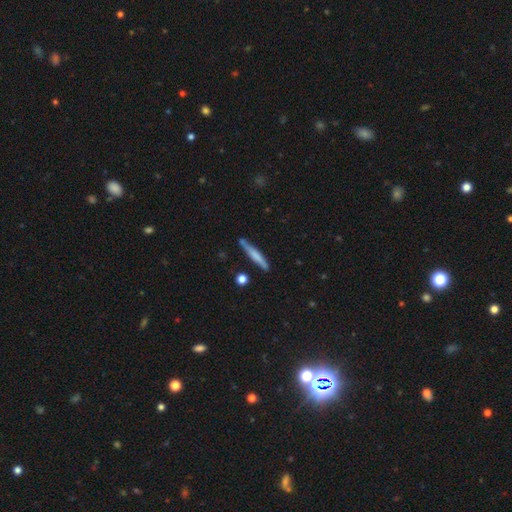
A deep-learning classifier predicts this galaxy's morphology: type=smooth (59%); roundness=cigar-shaped (95%); merging=none (80%).